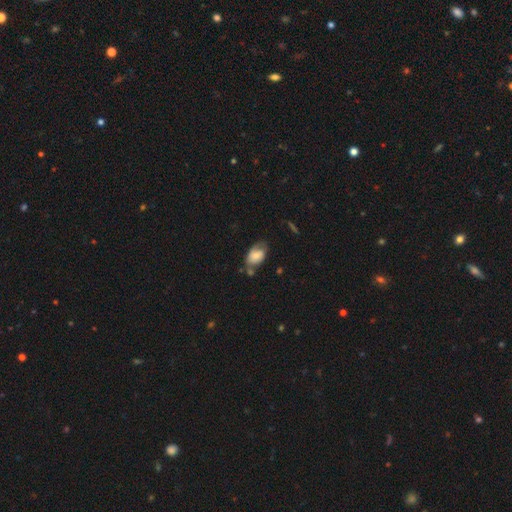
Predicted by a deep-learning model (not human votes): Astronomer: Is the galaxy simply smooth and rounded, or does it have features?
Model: smooth — 67%.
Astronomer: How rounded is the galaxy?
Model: in between — 89%.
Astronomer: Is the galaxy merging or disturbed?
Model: none — 47% (runner-up: minor disturbance, 32%).